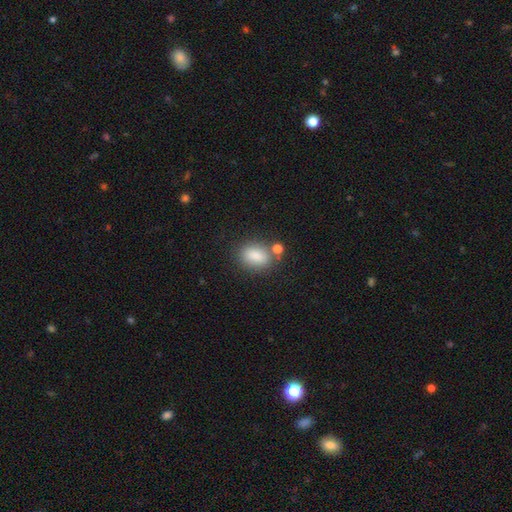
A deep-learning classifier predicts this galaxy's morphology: Smooth or featured? Predicted: smooth (p=0.84). How rounded? Predicted: in between (p=0.77). Merging? Predicted: none (p=0.67).